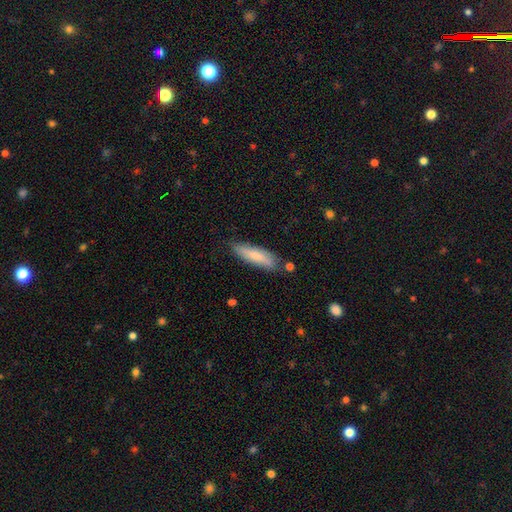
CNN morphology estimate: type=smooth (77%); roundness=cigar-shaped (66%); merging=none (77%).